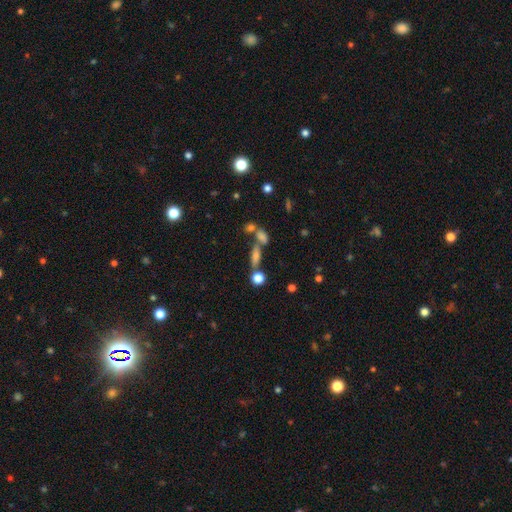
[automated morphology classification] smooth 52%, featured or disk 24%, star or artifact 24%. Down the decision tree: how rounded — in between (43%); merging — none (52%).